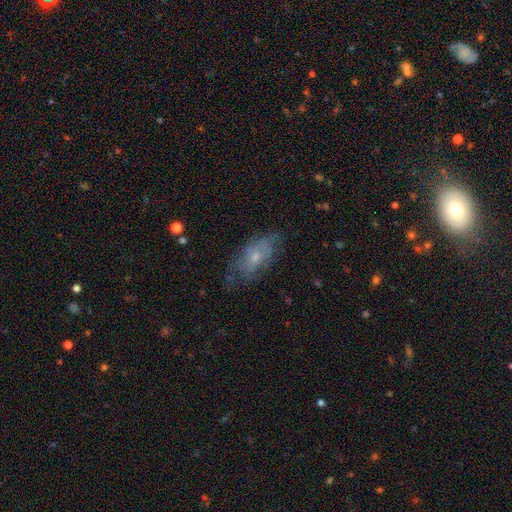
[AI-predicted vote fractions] This is possibly a smooth galaxy (46%). Merging: likely none (62%).